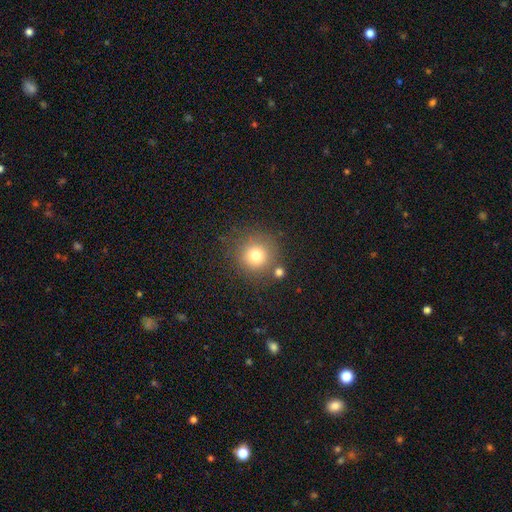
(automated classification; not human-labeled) Smooth or featured? Predicted: smooth (p=0.76). How rounded? Predicted: round (p=0.94). Merging? Predicted: none (p=0.78).